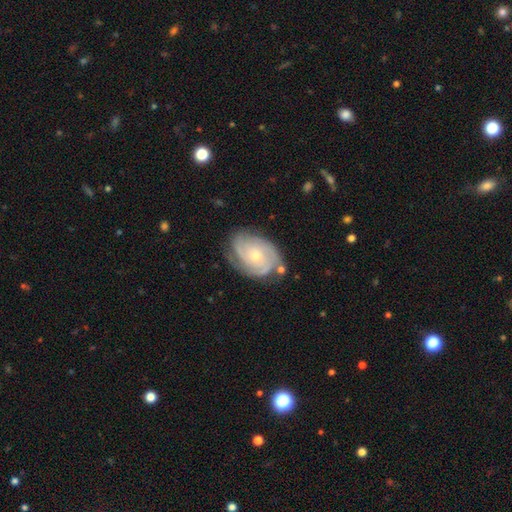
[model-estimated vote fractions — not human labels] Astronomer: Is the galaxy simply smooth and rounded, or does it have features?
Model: featured or disk — 83%.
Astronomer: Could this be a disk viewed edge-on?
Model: no — 97%.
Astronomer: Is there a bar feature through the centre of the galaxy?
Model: no — 72%.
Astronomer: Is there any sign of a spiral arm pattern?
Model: yes — 96%.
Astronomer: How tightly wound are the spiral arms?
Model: tight — 63%.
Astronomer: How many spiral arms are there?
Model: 3 — 38% (runner-up: 2, 23%).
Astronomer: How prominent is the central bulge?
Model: small — 60% (runner-up: moderate, 36%).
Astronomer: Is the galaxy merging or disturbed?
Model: none — 71%.